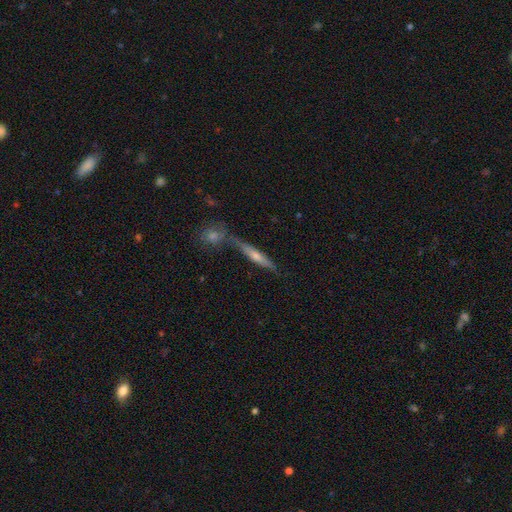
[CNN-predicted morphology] A featured or disk galaxy (56%) viewed edge-on (93%) with a rounded central bulge (71%).

Vote fractions:
- Smooth or featured? featured or disk: 56% / smooth: 36% / star or artifact: 8%
- Edge-on disk? yes: 93% / no: 7%
- Edge-on bulge? rounded: 71% / none: 23% / boxy: 7%
- Merging? none: 70% / merger: 15% / minor disturbance: 12% / major disturbance: 3%